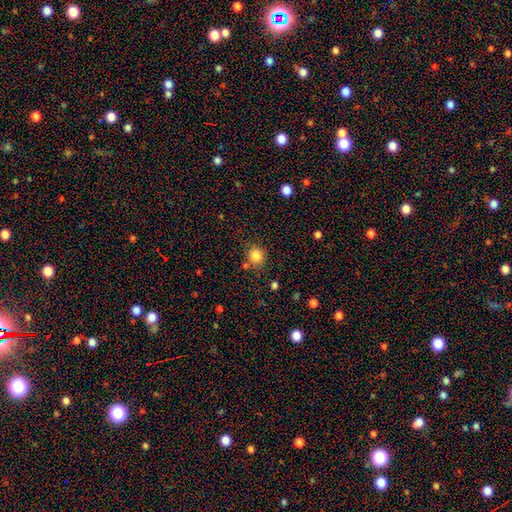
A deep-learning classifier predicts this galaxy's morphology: Smooth or featured? smooth (84%)
How rounded? round (85%)
Merging? none (78%)